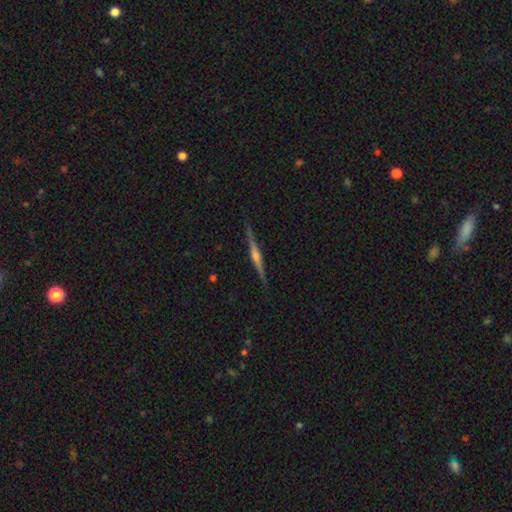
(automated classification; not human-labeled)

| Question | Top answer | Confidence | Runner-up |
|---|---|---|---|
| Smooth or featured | featured or disk | 82% | smooth (12%) |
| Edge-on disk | yes | 98% | no (2%) |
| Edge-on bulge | rounded | 77% | boxy (13%) |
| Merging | none | 91% | minor disturbance (7%) |